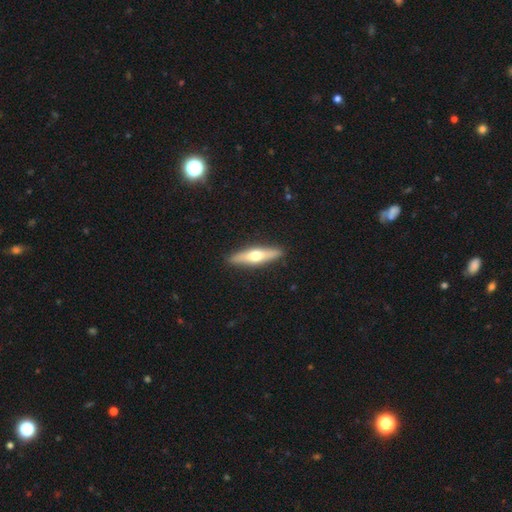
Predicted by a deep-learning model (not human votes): Morphology: type=featured or disk (50%); merging=none (90%).